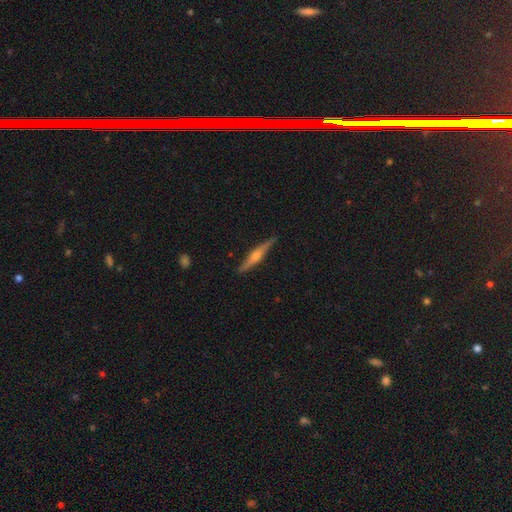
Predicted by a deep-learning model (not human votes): smooth_or_featured: featured or disk (p=0.67) [alt: smooth p=0.27]
disk_edge_on: yes (p=0.97) [alt: no p=0.03]
edge_on_bulge: rounded (p=0.82) [alt: boxy p=0.10]
merging: none (p=0.89) [alt: minor disturbance p=0.09]